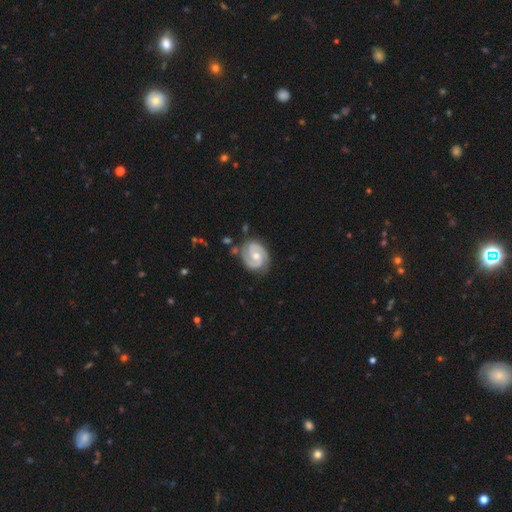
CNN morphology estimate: smooth-or-featured: featured or disk: 88% | smooth: 8% | star or artifact: 4%
  disk-edge-on: no: 98% | yes: 2%
    bar: no: 54% | weak: 37% | strong: 9%
    has-spiral-arms: yes: 97% | no: 3%
      spiral-winding: tight: 51% | medium: 41% | loose: 8%
      spiral-arm-count: 2: 89% | can't tell: 4% | 3: 3% | 1: 2% | 4: 1% | more than 4: 1%
    bulge-size: moderate: 64% | small: 32% | large: 2% | none: 1% | dominant: 1%
  merging: none: 77% | minor disturbance: 16% | major disturbance: 4% | merger: 3%